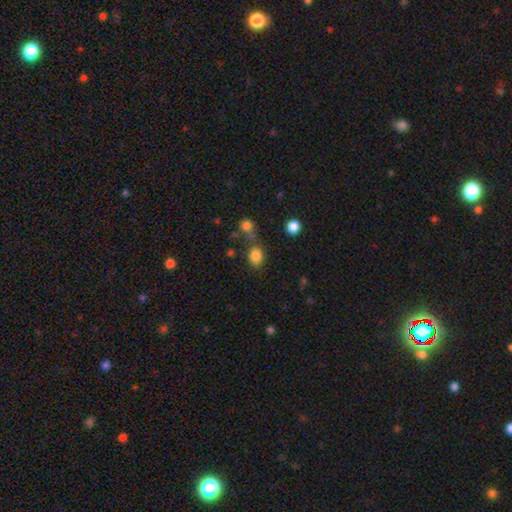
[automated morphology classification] Q: Smooth or featured?
A: smooth (83%); runner-up: star or artifact (12%)
Q: How rounded?
A: in between (55%); runner-up: round (43%)
Q: Merging?
A: none (67%); runner-up: minor disturbance (14%)